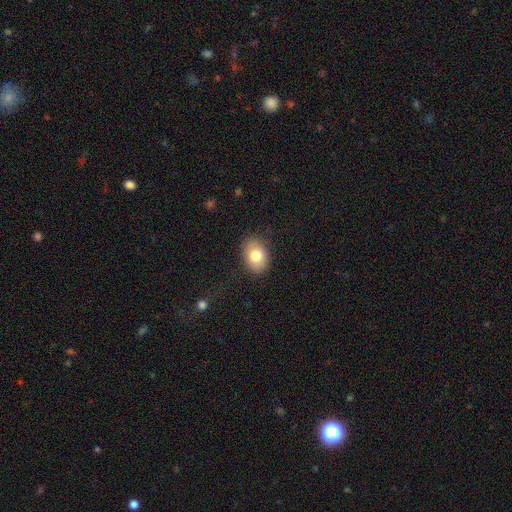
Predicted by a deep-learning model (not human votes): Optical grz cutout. It shows a smooth galaxy with no disk features (79%) that is in between round and cigar-shaped (75%). Merging: none (85%).